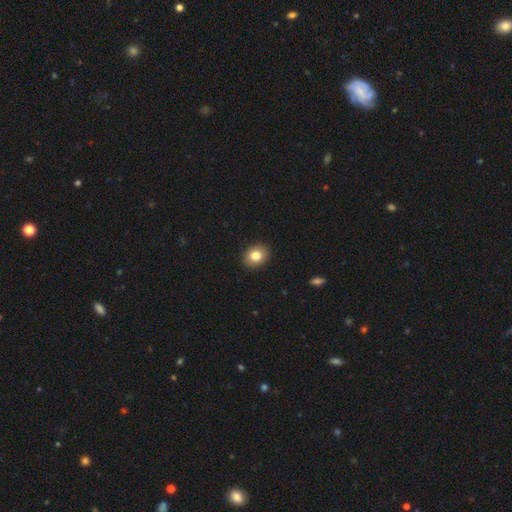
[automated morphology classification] Smooth or featured?
  - smooth: 82% *
  - featured or disk: 10%
  - star or artifact: 9%
How rounded?
  - round: 50% *
  - in between: 49%
  - cigar-shaped: 1%
Merging?
  - none: 91% *
  - minor disturbance: 6%
  - major disturbance: 2%
  - merger: 1%